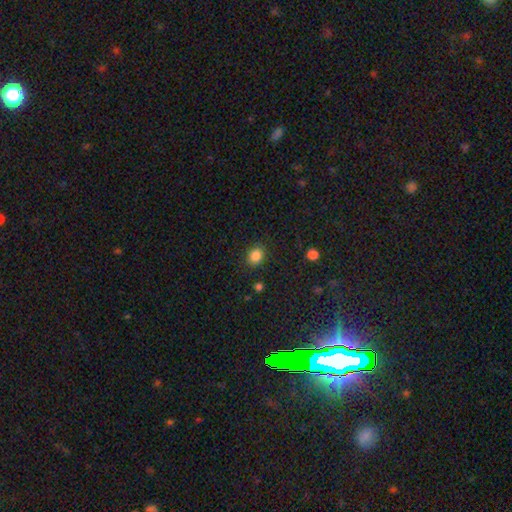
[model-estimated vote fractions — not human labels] smooth-or-featured: smooth: 86% | star or artifact: 10% | featured or disk: 4%
  how-rounded: round: 51% | in between: 48% | cigar-shaped: 1%
  merging: none: 86% | minor disturbance: 9% | major disturbance: 3% | merger: 2%